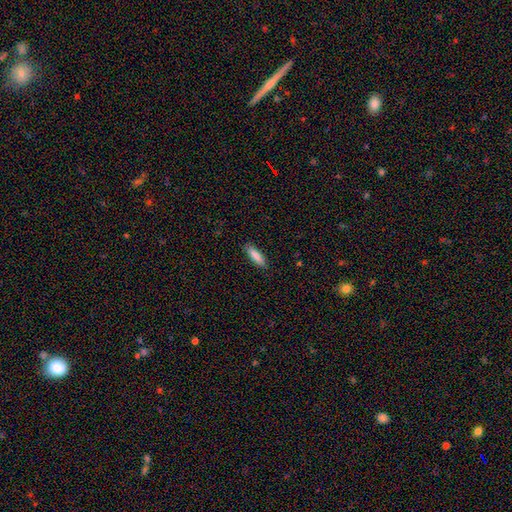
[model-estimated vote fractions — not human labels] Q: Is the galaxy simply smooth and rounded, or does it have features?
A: smooth — 87%.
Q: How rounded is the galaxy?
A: cigar-shaped — 63%.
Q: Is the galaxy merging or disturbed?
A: none — 88%.